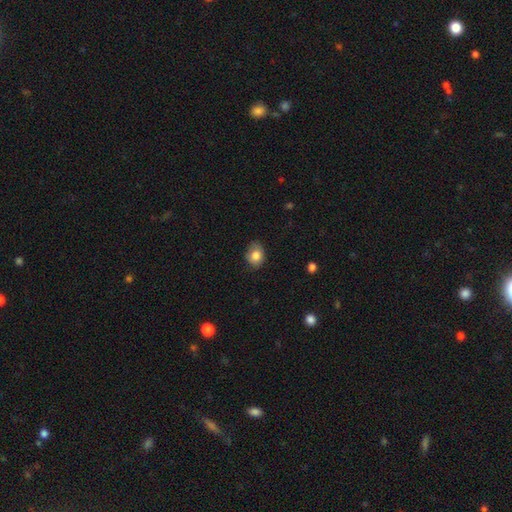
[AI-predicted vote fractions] The model was most divided on "how rounded": in between: 53%, round: 46%, cigar-shaped: 1%. More confident: smooth or featured — smooth (81%); merging — none (73%).